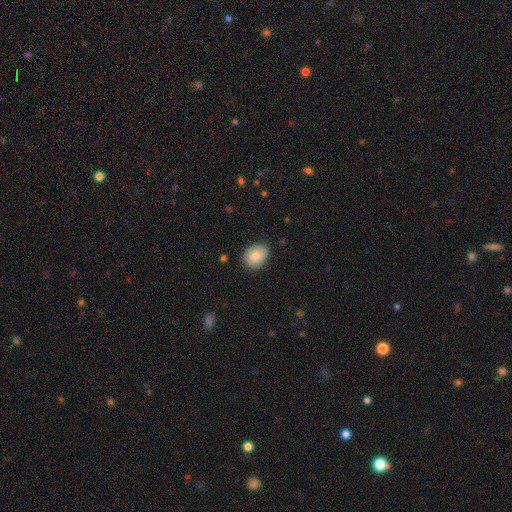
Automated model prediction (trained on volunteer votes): Smooth or featured? Predicted: smooth (p=0.81). How rounded? Predicted: in between (p=0.59). Merging? Predicted: none (p=0.73).